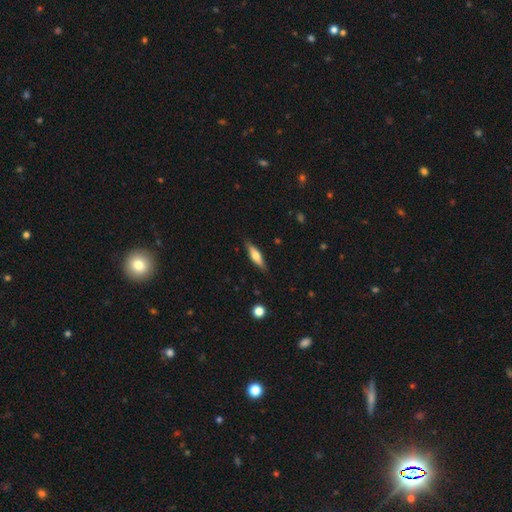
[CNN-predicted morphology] Smooth or featured?
  - smooth: 48% *
  - featured or disk: 46%
  - star or artifact: 6%
Merging?
  - none: 86% *
  - minor disturbance: 10%
  - major disturbance: 2%
  - merger: 1%